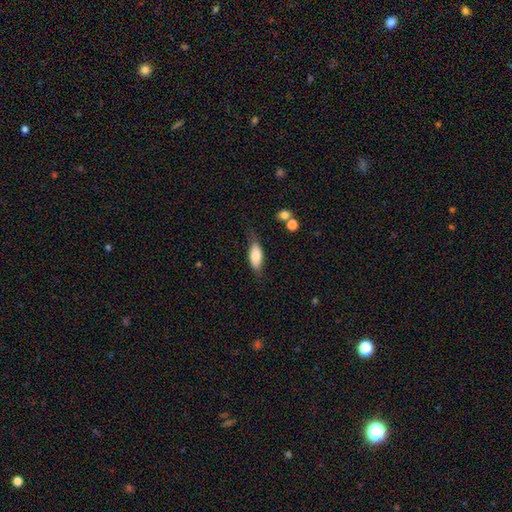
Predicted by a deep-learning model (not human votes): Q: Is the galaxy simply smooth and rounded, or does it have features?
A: smooth — 74%.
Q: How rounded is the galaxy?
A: in between — 77%.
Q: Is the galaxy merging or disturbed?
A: none — 67%.